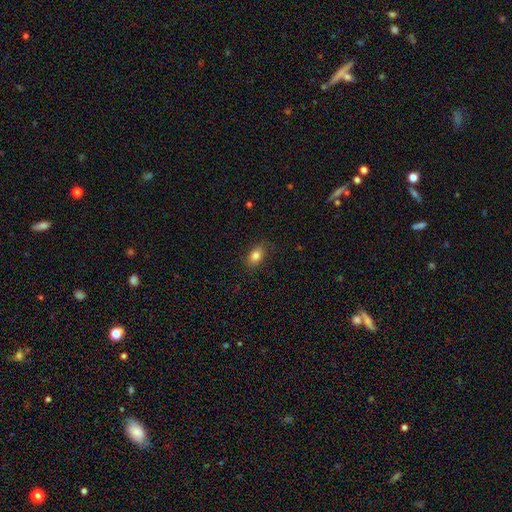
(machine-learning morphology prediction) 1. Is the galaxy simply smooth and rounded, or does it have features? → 83% smooth, 9% star or artifact, 8% featured or disk.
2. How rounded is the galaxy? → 86% in between, 12% round, 2% cigar-shaped.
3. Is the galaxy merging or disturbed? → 83% none, 13% minor disturbance, 3% major disturbance, 1% merger.